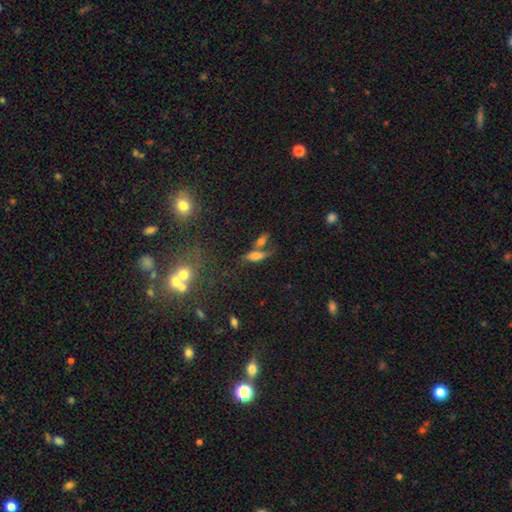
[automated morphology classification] Smooth or featured? Predicted: smooth (p=0.58). How rounded? Predicted: in between (p=0.55). Merging? Predicted: merger (p=0.42).